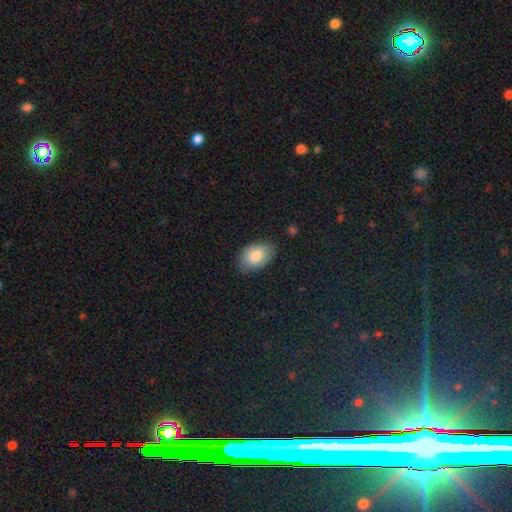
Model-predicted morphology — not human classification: Smooth or featured? Predicted: smooth (p=0.81). How rounded? Predicted: in between (p=0.88). Merging? Predicted: none (p=0.75).